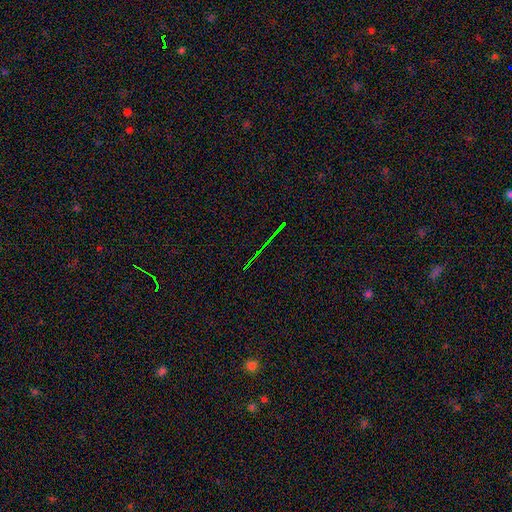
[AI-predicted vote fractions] Smooth or featured? Predicted: star or artifact (p=0.79).